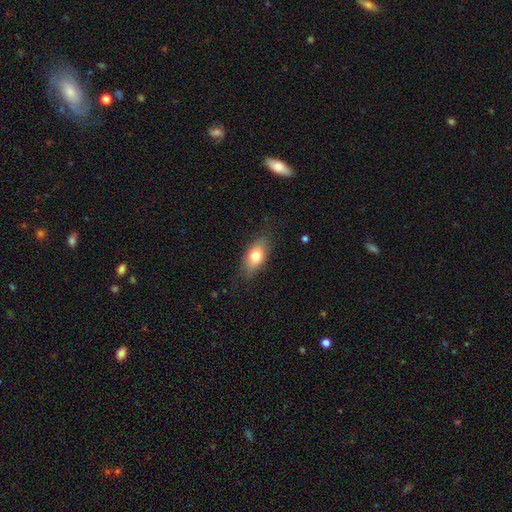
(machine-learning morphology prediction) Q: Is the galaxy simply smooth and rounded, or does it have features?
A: smooth — 74%.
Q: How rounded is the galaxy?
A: in between — 83%.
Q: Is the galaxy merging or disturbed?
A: none — 80%.